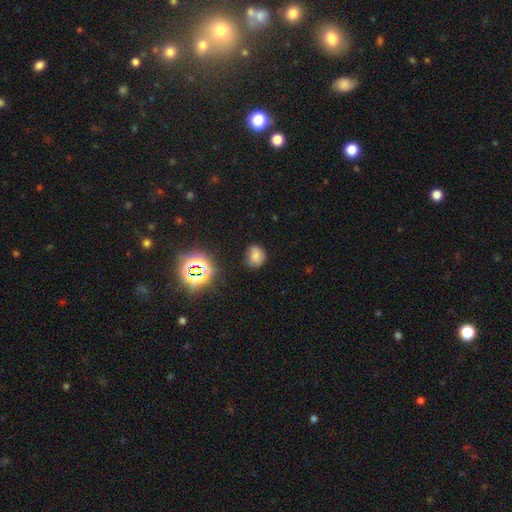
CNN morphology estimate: This appears to be a smooth galaxy with no disk features (71%) that is round (70%). Merging: none (68%).